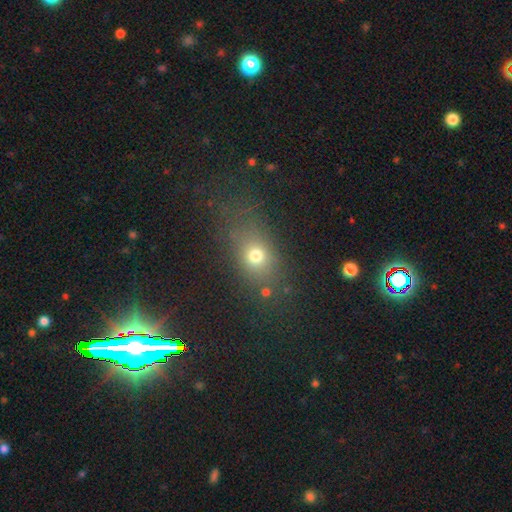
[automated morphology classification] smooth 70%, star or artifact 19%, featured or disk 12%. Down the decision tree: how rounded — in between (58%); merging — none (69%).